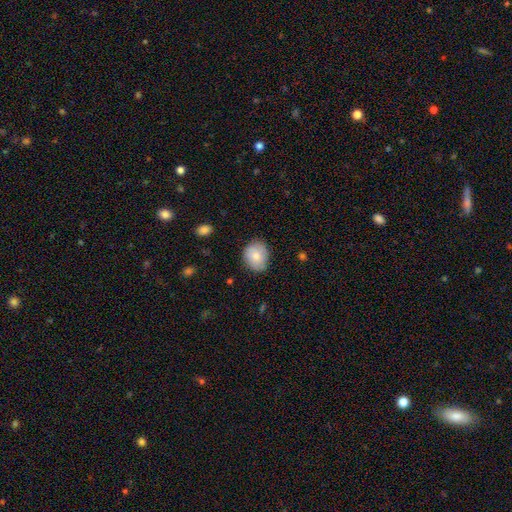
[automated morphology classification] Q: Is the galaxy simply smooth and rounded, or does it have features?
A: smooth — 77%.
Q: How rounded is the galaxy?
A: round — 62%.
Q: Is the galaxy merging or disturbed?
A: none — 76%.